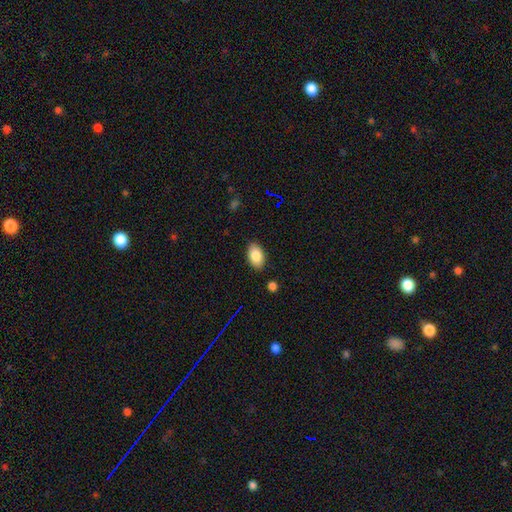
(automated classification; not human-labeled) Smooth or featured? Predicted: smooth (p=0.86). How rounded? Predicted: in between (p=0.92). Merging? Predicted: none (p=0.86).